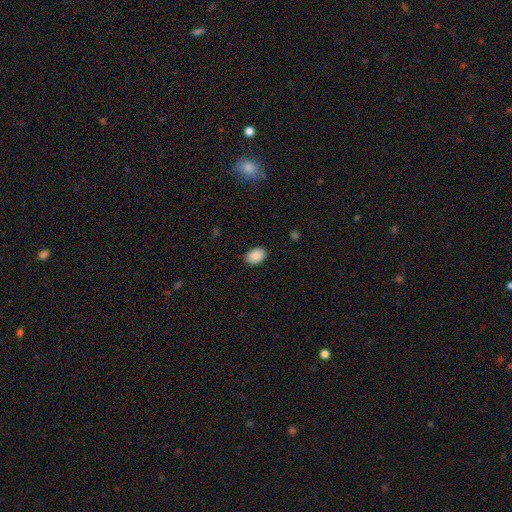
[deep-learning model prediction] A smooth galaxy with no disk features (89%) that is in between round and cigar-shaped (83%).

Vote fractions:
- Smooth or featured? smooth: 89% / star or artifact: 7% / featured or disk: 4%
- How rounded? in between: 83% / round: 16% / cigar-shaped: 1%
- Merging? none: 87% / minor disturbance: 10% / major disturbance: 2% / merger: 1%